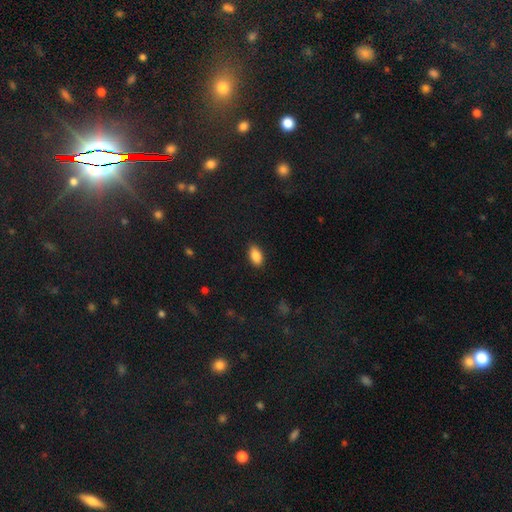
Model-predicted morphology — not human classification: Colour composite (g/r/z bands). It shows a smooth galaxy with no disk features (88%) that is in between round and cigar-shaped (92%). Merging: none (89%).